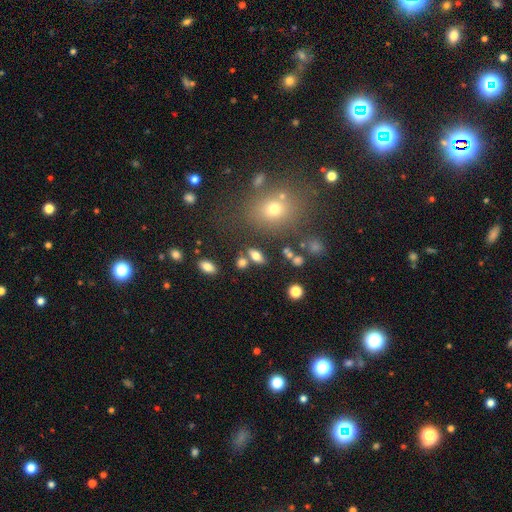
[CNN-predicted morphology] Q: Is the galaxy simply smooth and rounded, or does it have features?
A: smooth — 69%.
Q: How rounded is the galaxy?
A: in between — 81%.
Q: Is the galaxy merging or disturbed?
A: none — 69%.